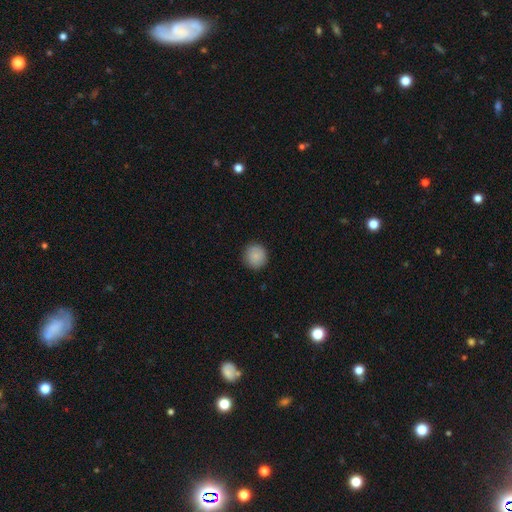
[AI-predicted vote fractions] Q: Smooth or featured?
A: smooth (88%); runner-up: star or artifact (8%)
Q: How rounded?
A: round (94%); runner-up: in between (5%)
Q: Merging?
A: none (91%); runner-up: minor disturbance (7%)